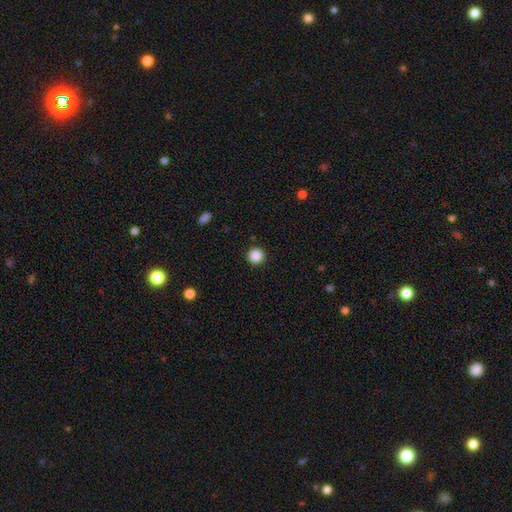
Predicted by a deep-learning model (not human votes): smooth_or_featured: smooth (p=0.87) [alt: star or artifact p=0.10]
how_rounded: round (p=0.96) [alt: in between p=0.03]
merging: none (p=0.92) [alt: minor disturbance p=0.05]